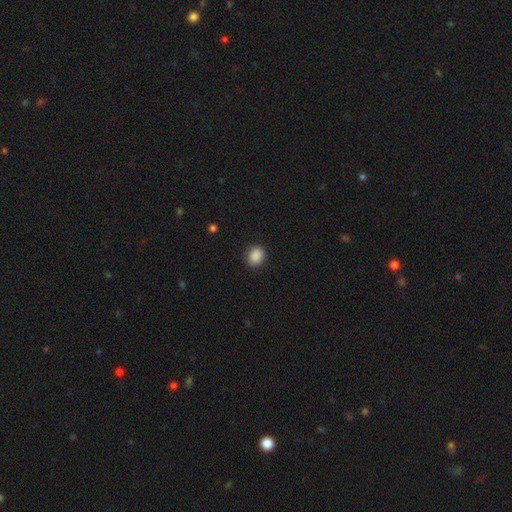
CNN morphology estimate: The model was most divided on "how rounded": round: 67%, in between: 32%, cigar-shaped: 1%. More confident: merging — none (90%); smooth or featured — smooth (89%).